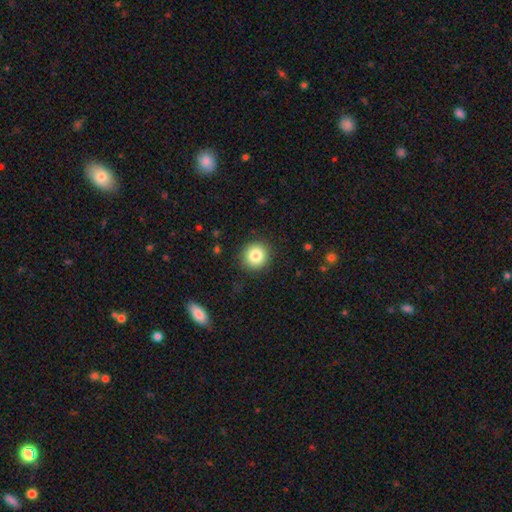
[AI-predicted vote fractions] A smooth galaxy with no disk features (84%) that is round (92%). Merging: none (90%).